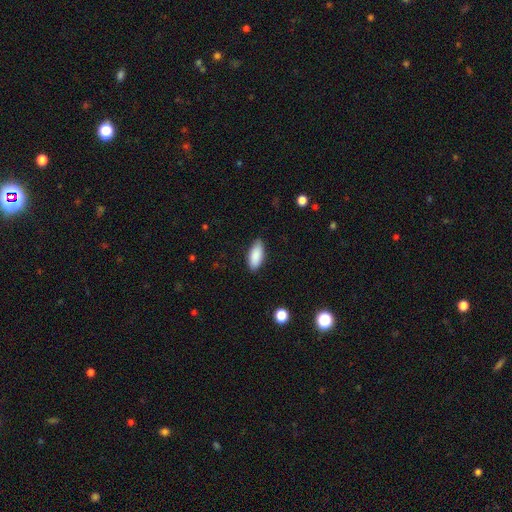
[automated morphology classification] This is clearly a smooth galaxy (88%). How rounded: clearly in between (86%). Merging: clearly none (85%).